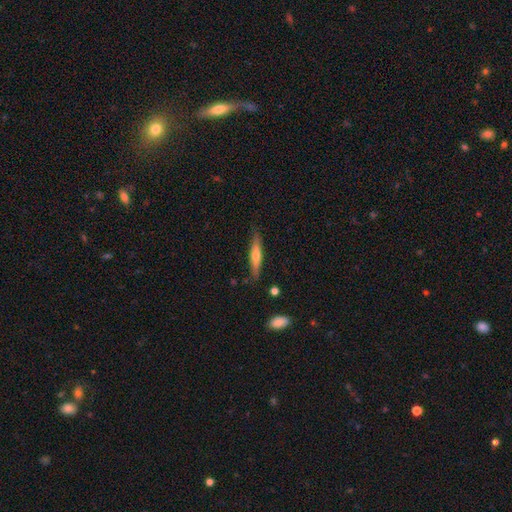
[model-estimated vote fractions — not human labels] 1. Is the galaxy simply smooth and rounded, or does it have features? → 48% featured or disk, 46% smooth, 6% star or artifact.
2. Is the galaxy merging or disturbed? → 84% none, 12% minor disturbance, 2% major disturbance, 2% merger.